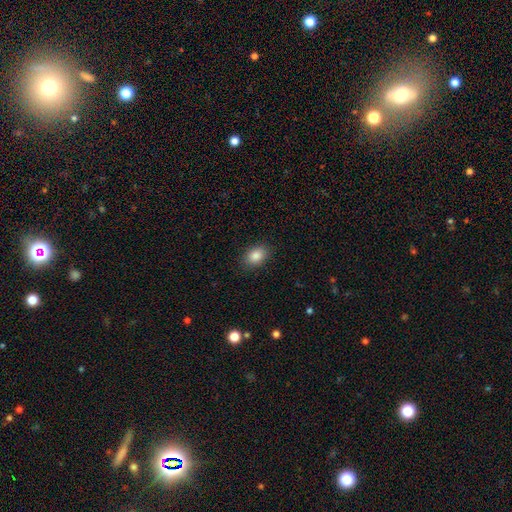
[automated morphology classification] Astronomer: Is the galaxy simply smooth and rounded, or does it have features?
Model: smooth — 86%.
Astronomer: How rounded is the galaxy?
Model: in between — 80%.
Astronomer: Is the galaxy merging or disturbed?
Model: none — 87%.